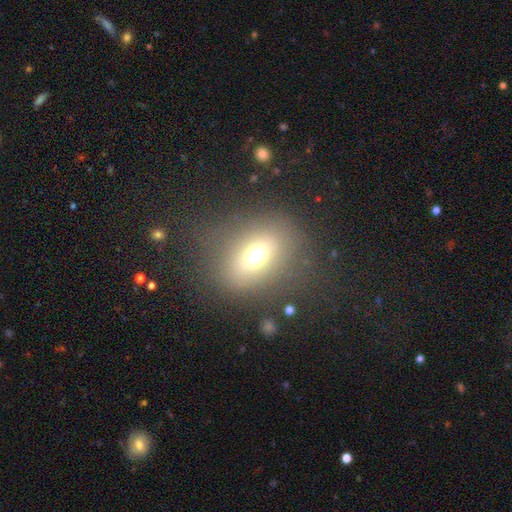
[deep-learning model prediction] Q: Smooth or featured?
A: smooth (66%); runner-up: star or artifact (19%)
Q: How rounded?
A: in between (50%); runner-up: round (49%)
Q: Merging?
A: none (75%); runner-up: minor disturbance (12%)